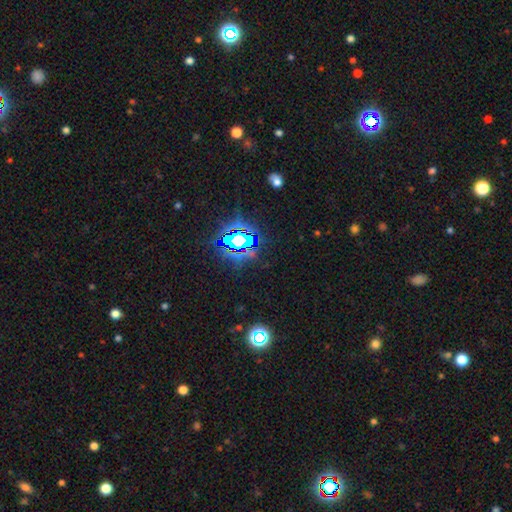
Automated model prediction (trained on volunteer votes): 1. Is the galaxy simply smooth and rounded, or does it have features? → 80% star or artifact, 12% smooth, 8% featured or disk.